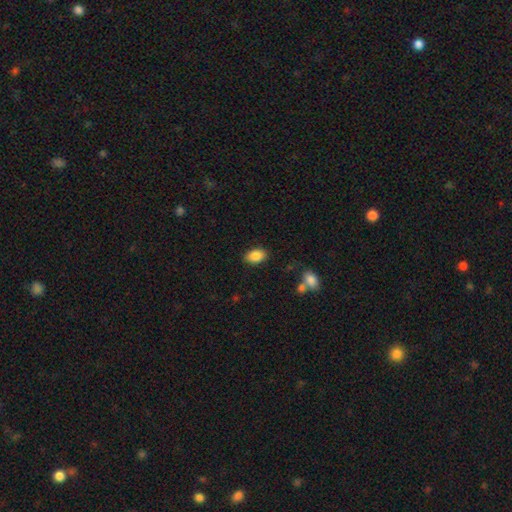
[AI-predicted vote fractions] smooth_or_featured: smooth (p=0.87) [alt: star or artifact p=0.08]
how_rounded: in between (p=0.89) [alt: round p=0.10]
merging: none (p=0.85) [alt: minor disturbance p=0.10]